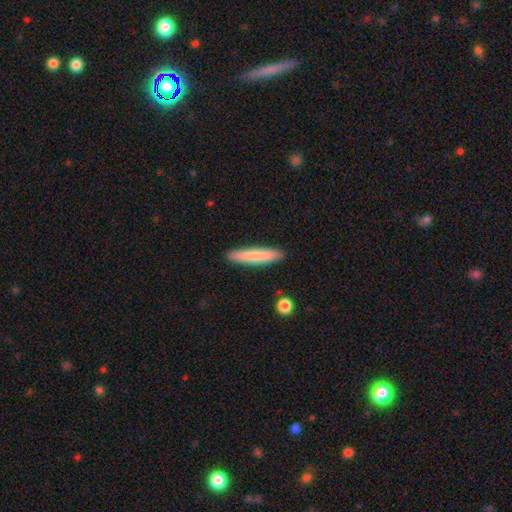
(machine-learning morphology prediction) type=smooth (78%); roundness=cigar-shaped (91%); merging=none (91%).